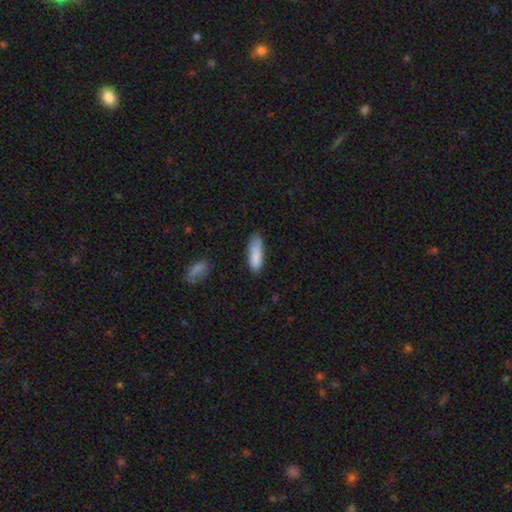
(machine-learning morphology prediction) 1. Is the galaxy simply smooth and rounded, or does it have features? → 87% smooth, 7% featured or disk, 6% star or artifact.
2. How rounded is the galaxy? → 58% in between, 40% cigar-shaped, 2% round.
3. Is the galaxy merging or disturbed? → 71% none, 22% minor disturbance, 5% major disturbance, 3% merger.